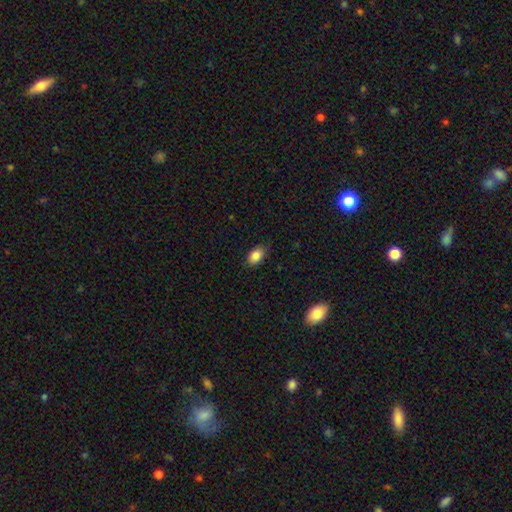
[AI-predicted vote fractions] A smooth galaxy with no disk features (85%) that is in between round and cigar-shaped (87%). Merging: none (78%).